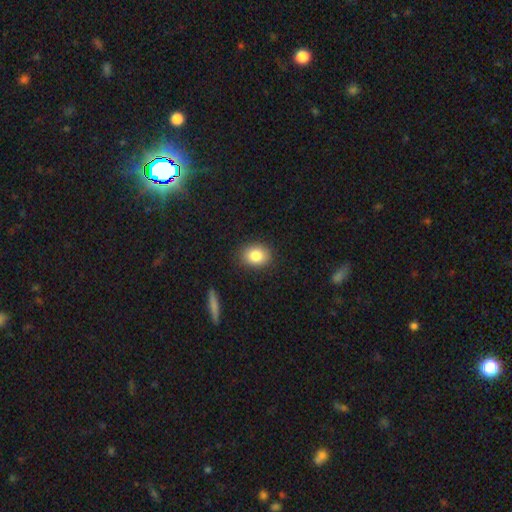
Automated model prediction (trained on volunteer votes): This appears to be a smooth galaxy with no disk features (84%) that is in between round and cigar-shaped (60%). Merging: none (87%).